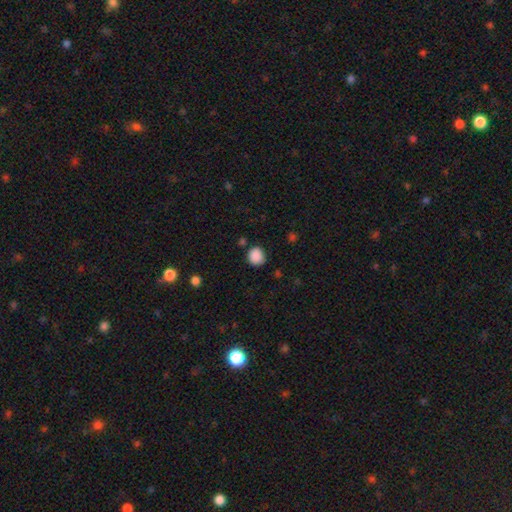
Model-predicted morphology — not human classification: Overall: smooth (88%). How rounded: round (82%). Merging: none (82%).